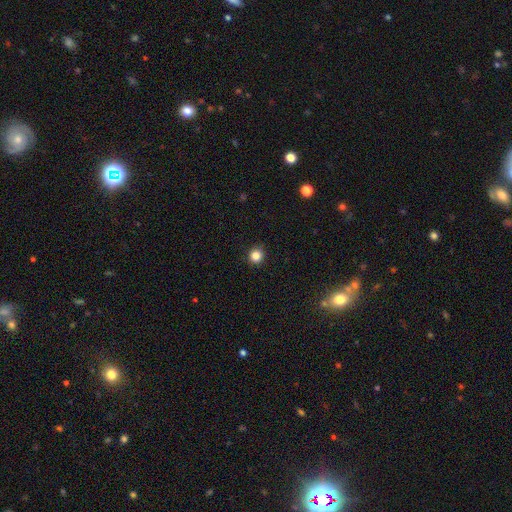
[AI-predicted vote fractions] Smooth or featured? smooth (85%)
How rounded? round (93%)
Merging? none (91%)